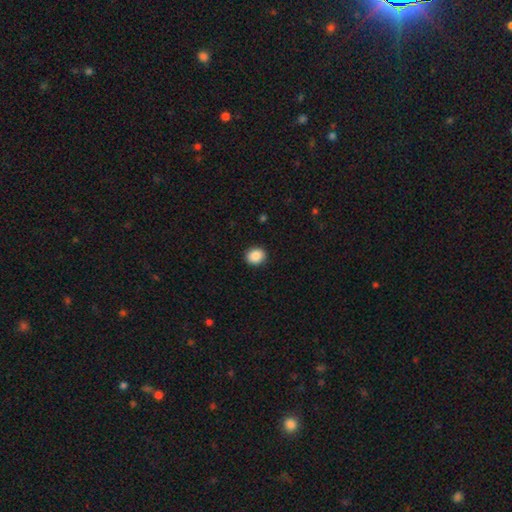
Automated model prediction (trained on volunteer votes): smooth 89%, star or artifact 8%, featured or disk 3%. Down the decision tree: how rounded — round (70%); merging — none (91%).